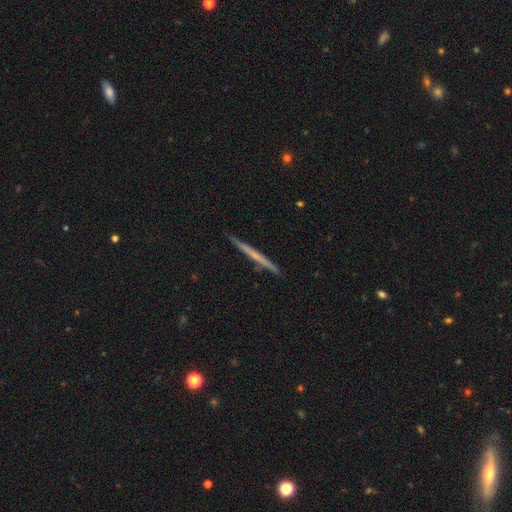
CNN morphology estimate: Smooth or featured? Predicted: featured or disk (p=0.59). Edge-on disk? Predicted: yes (p=0.98). Edge-on bulge? Predicted: none (p=0.77). Merging? Predicted: none (p=0.91).